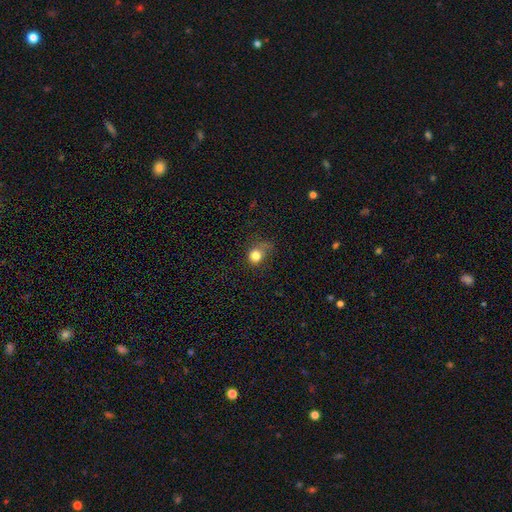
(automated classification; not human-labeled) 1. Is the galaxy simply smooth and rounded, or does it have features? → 81% smooth, 12% star or artifact, 7% featured or disk.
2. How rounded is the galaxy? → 76% round, 23% in between, 1% cigar-shaped.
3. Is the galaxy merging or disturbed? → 49% none, 30% minor disturbance, 18% major disturbance, 3% merger.